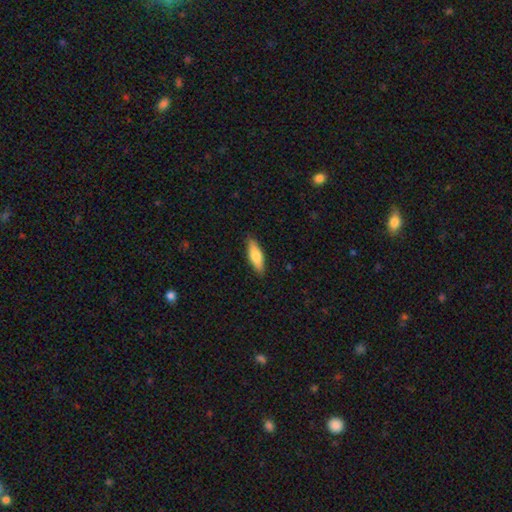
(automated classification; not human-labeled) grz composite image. It shows a smooth galaxy with no disk features (71%) that is in between round and cigar-shaped (51%). Merging: none (88%).